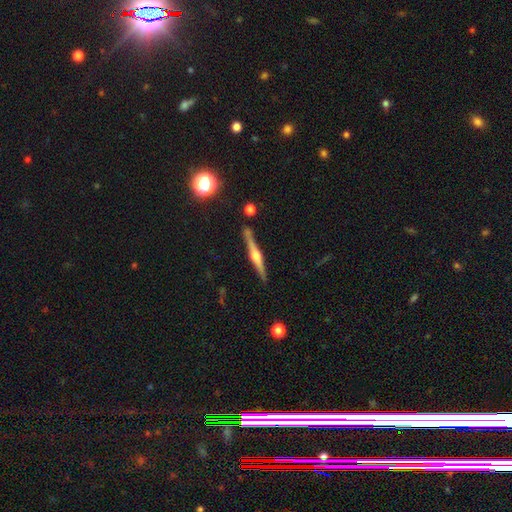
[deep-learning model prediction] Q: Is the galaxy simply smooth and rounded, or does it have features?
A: featured or disk — 79%.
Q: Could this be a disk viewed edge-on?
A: yes — 98%.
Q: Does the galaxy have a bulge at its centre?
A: rounded — 88%.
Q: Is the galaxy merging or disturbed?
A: none — 86%.